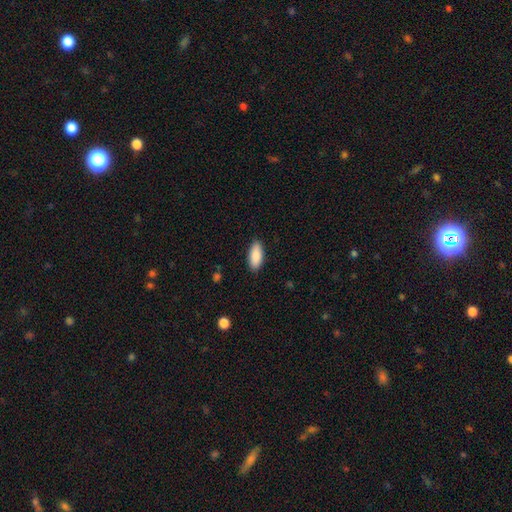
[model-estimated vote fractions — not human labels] A smooth galaxy with no disk features (89%) that is in between round and cigar-shaped (85%). Merging: none (88%).